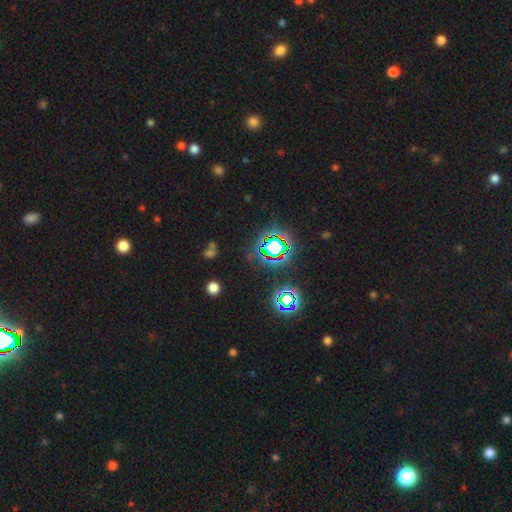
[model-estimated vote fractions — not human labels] Smooth or featured: star or artifact — 74% (smooth — 18%)